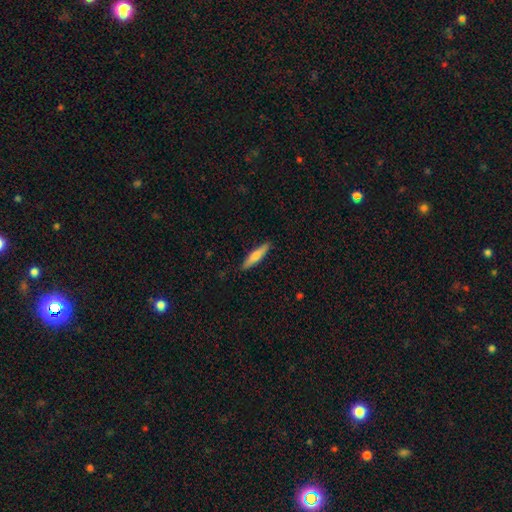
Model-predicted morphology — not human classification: Overall: smooth (69%). How rounded: cigar-shaped (83%). Merging: none (89%).